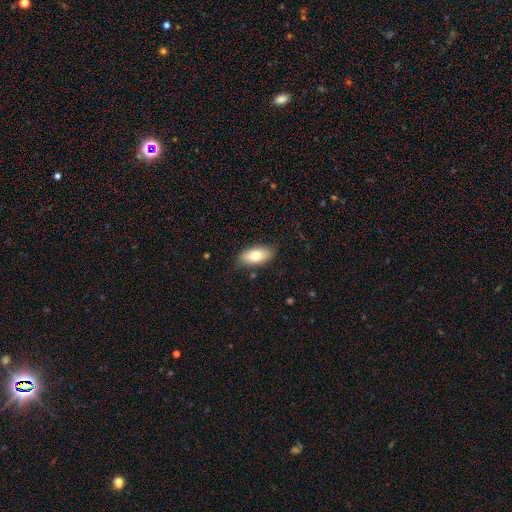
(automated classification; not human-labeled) Morphology: type=smooth (74%); roundness=in between (89%); merging=none (83%).